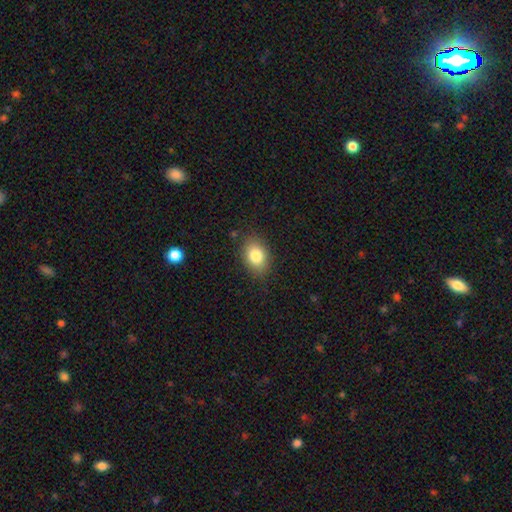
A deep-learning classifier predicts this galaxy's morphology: smooth 82%, star or artifact 9%, featured or disk 9%. Down the decision tree: how rounded — in between (75%); merging — none (83%).